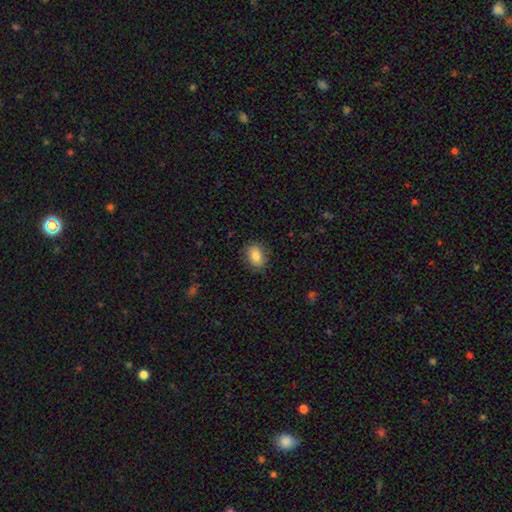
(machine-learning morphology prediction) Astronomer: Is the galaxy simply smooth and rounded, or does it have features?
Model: smooth — 83%.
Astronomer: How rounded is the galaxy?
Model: in between — 77%.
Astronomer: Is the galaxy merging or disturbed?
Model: none — 86%.